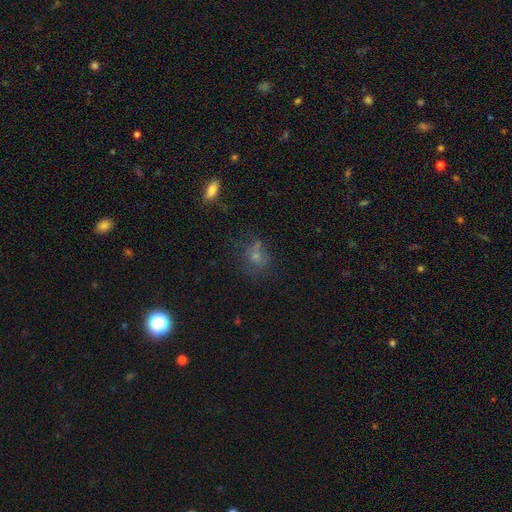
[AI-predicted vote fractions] This appears to be a smooth galaxy with no disk features (48%). Merging: none (62%).